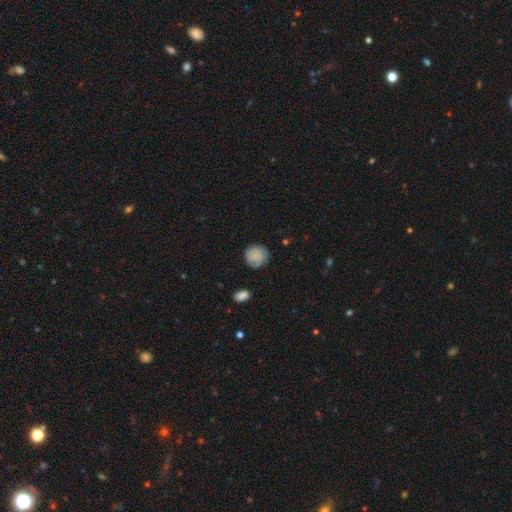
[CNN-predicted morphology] Q: Smooth or featured?
A: smooth (79%); runner-up: featured or disk (13%)
Q: How rounded?
A: round (88%); runner-up: in between (11%)
Q: Merging?
A: none (78%); runner-up: minor disturbance (16%)